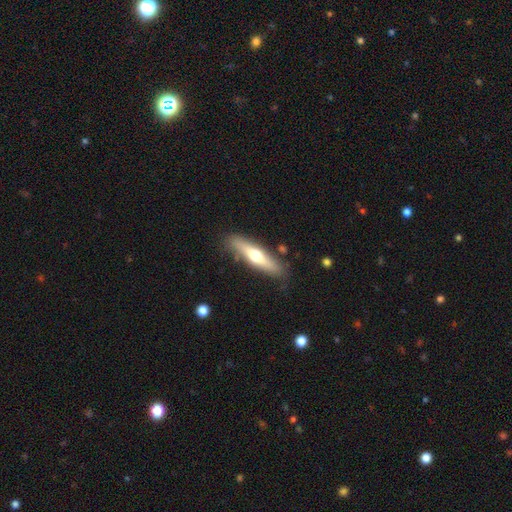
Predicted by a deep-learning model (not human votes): A featured or disk galaxy (48%). Merging: none (82%).